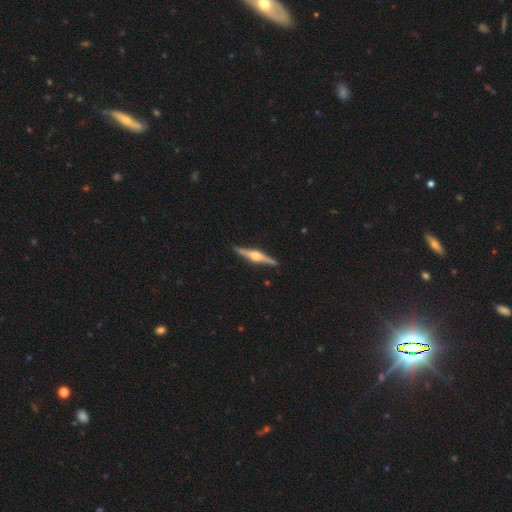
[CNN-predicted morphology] This appears to be a featured or disk galaxy (81%) viewed edge-on (98%) with a rounded central bulge (94%). Merging: none (91%).